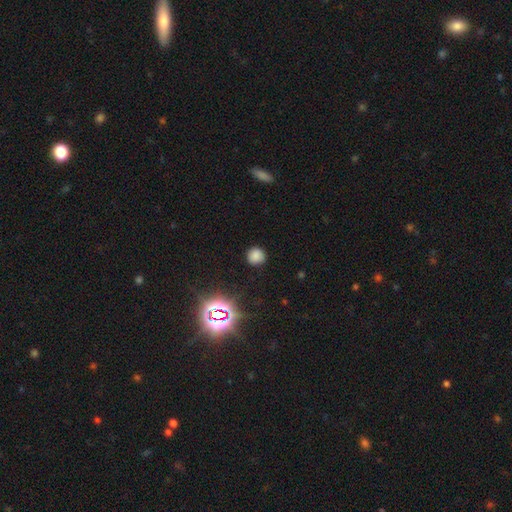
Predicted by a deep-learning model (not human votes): Overall: smooth (77%). How rounded: round (91%). Merging: none (87%).